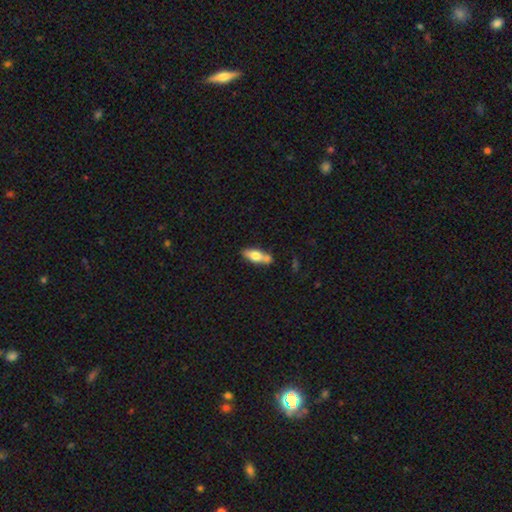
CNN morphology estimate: smooth-or-featured: smooth: 63% | featured or disk: 30% | star or artifact: 6%
  how-rounded: in between: 64% | cigar-shaped: 33% | round: 3%
  merging: none: 61% | merger: 19% | minor disturbance: 17% | major disturbance: 4%